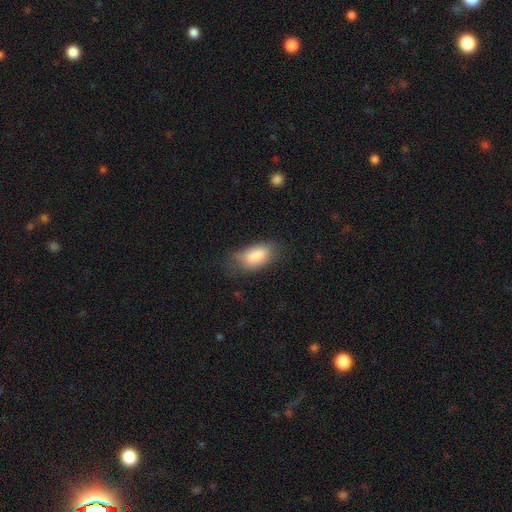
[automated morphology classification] type=smooth (83%); roundness=in between (90%); merging=none (52%).